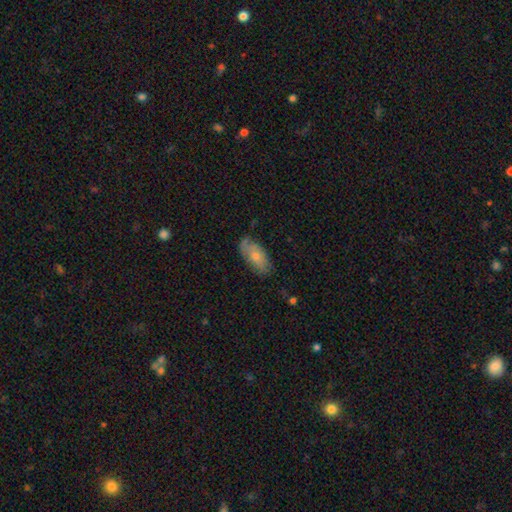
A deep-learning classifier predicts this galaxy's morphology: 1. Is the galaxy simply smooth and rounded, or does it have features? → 68% smooth, 26% featured or disk, 6% star or artifact.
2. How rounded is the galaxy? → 89% in between, 8% cigar-shaped, 2% round.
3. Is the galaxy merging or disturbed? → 69% none, 24% minor disturbance, 5% major disturbance, 2% merger.